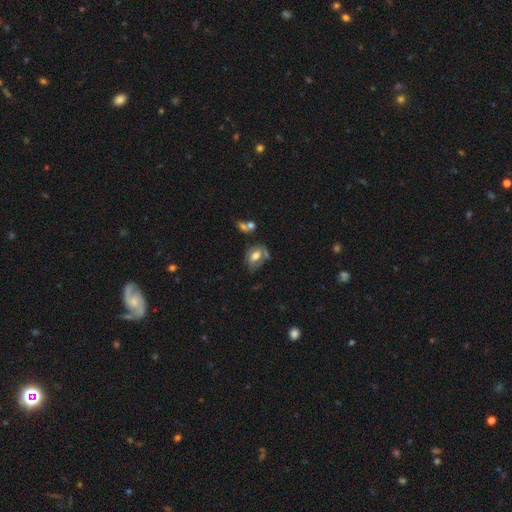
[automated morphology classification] Overall: smooth (53%; featured or disk 38%). How rounded: in between (74%). Merging: none (43%; minor disturbance 25%).